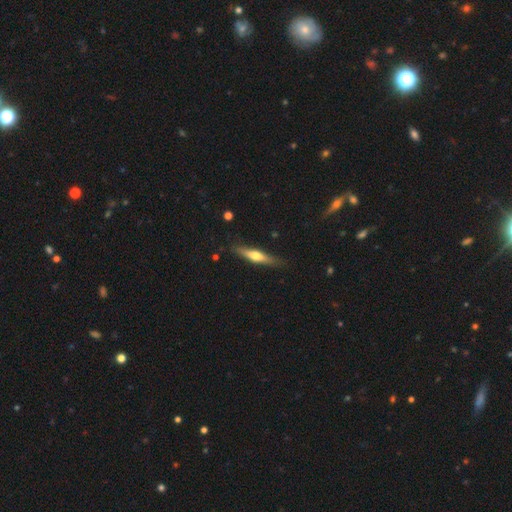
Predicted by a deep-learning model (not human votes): Smooth or featured? featured or disk (52%)
Edge-on disk? yes (93%)
Merging? none (84%)